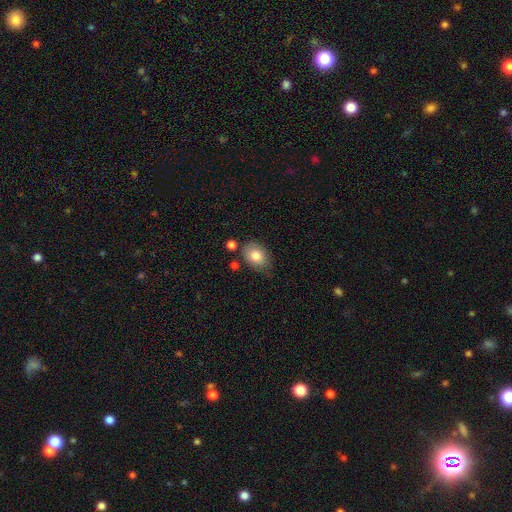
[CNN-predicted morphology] Smooth or featured? Predicted: smooth (p=0.82). How rounded? Predicted: in between (p=0.72). Merging? Predicted: none (p=0.66).